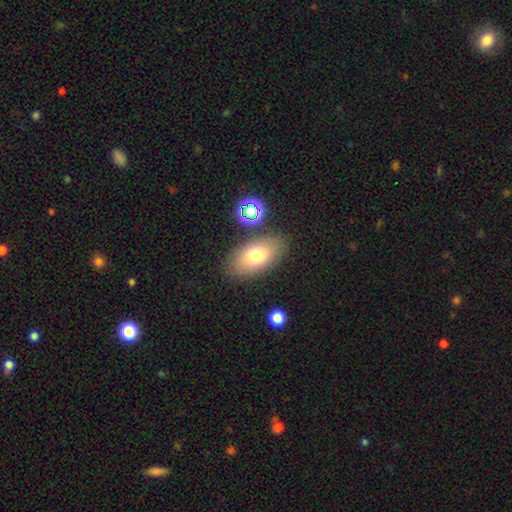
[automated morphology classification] type=smooth (75%); roundness=in between (91%); merging=none (82%).